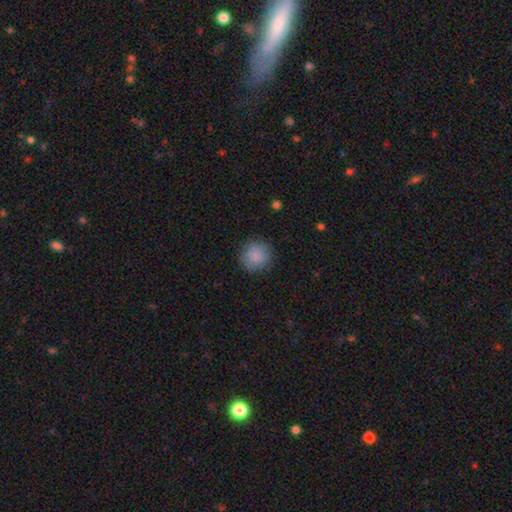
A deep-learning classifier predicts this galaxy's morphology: Overall: smooth (87%). How rounded: round (91%). Merging: none (87%).